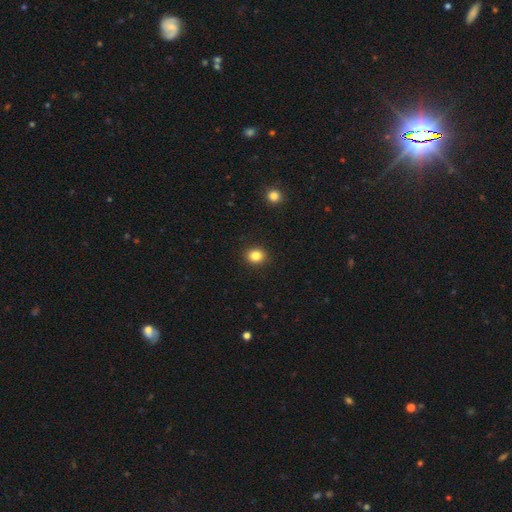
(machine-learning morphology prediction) Overall: smooth (84%). How rounded: round (64%; in between 36%). Merging: none (91%).